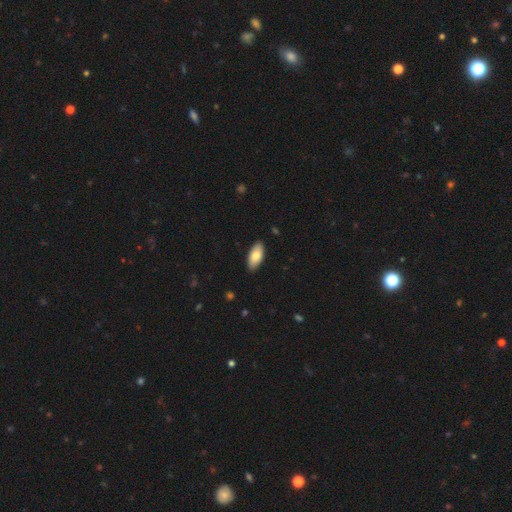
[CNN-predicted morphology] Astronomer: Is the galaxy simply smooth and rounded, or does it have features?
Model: smooth — 78%.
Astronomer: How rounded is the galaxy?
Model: in between — 91%.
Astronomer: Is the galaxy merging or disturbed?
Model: none — 89%.